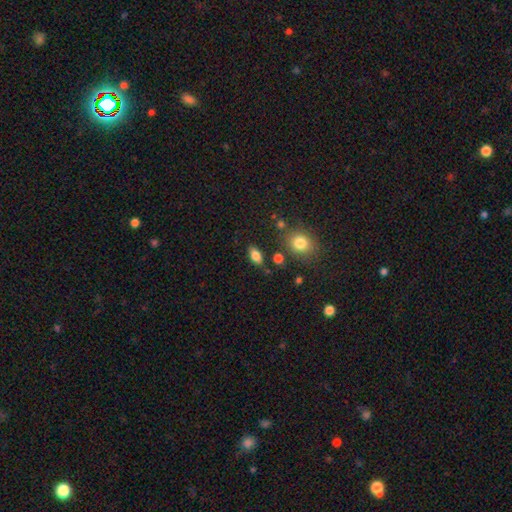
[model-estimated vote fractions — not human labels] smooth_or_featured: smooth (p=0.82) [alt: featured or disk p=0.10]
how_rounded: in between (p=0.87) [alt: round p=0.07]
merging: none (p=0.81) [alt: minor disturbance p=0.12]